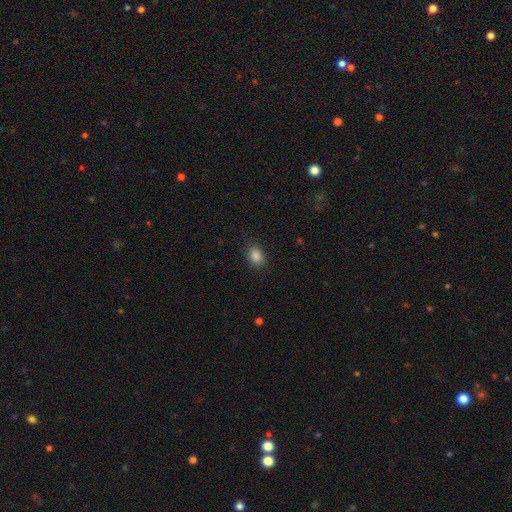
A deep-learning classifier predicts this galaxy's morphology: smooth_or_featured: smooth (p=0.87) [alt: star or artifact p=0.09]
how_rounded: in between (p=0.72) [alt: round p=0.27]
merging: none (p=0.88) [alt: minor disturbance p=0.08]